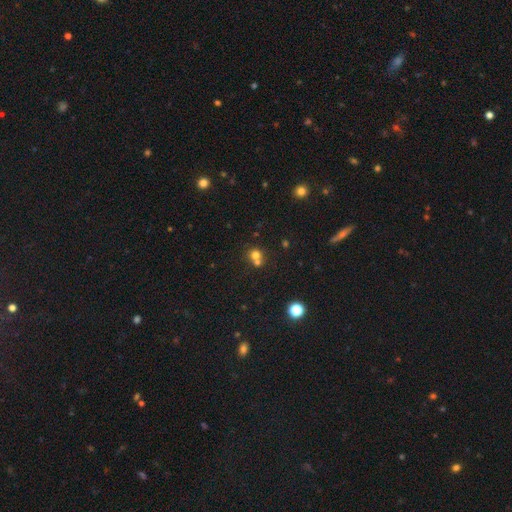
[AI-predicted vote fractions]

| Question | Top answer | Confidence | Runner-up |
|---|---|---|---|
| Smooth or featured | smooth | 70% | star or artifact (17%) |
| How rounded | round | 84% | in between (15%) |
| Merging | merger | 50% | none (41%) |